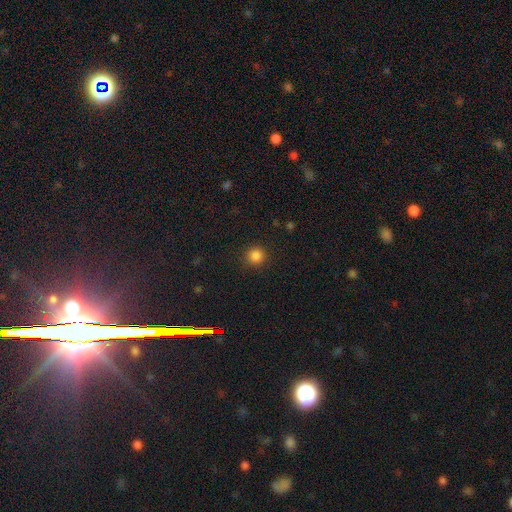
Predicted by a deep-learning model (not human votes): Q: Smooth or featured?
A: smooth (84%); runner-up: star or artifact (12%)
Q: How rounded?
A: round (93%); runner-up: in between (6%)
Q: Merging?
A: none (91%); runner-up: minor disturbance (6%)